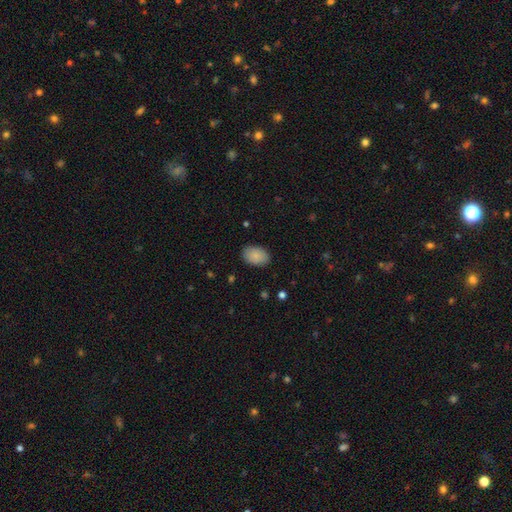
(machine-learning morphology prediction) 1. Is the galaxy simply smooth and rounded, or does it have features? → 88% smooth, 6% star or artifact, 6% featured or disk.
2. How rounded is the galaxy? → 89% in between, 10% round, 1% cigar-shaped.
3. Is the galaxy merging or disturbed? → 87% none, 10% minor disturbance, 2% major disturbance, 1% merger.